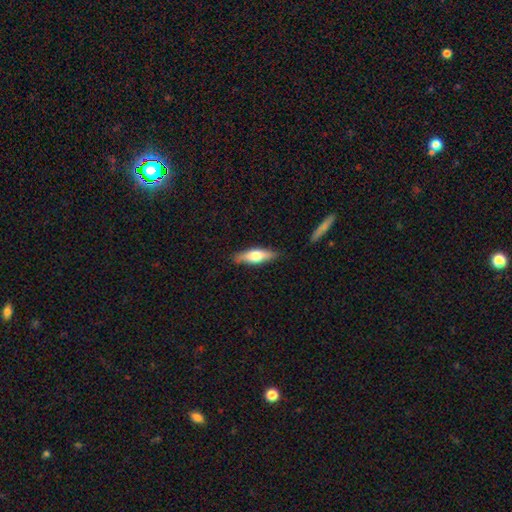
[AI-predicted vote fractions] This appears to be a smooth galaxy with no disk features (57%) that is cigar-shaped (54%). Merging: none (85%).